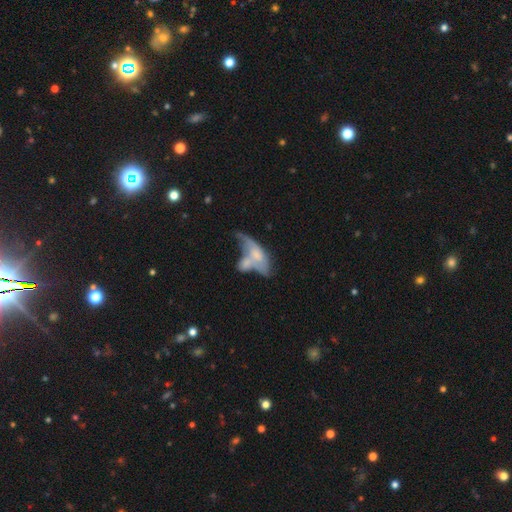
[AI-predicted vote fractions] Overall: featured or disk (49%; smooth 43%). Merging: merger (56%; major disturbance 20%).